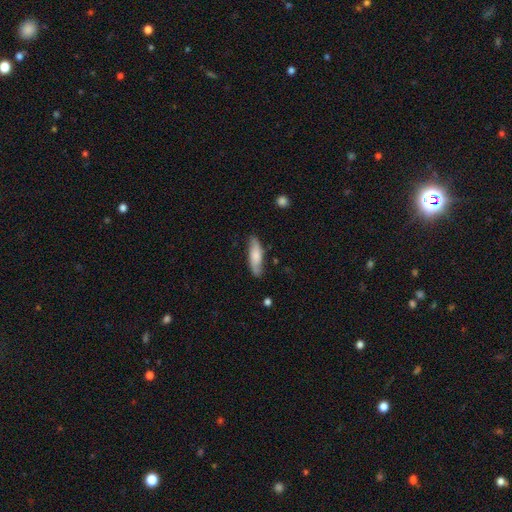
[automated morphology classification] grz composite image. It shows a smooth galaxy with no disk features (67%) that is cigar-shaped (53%). Merging: none (77%).